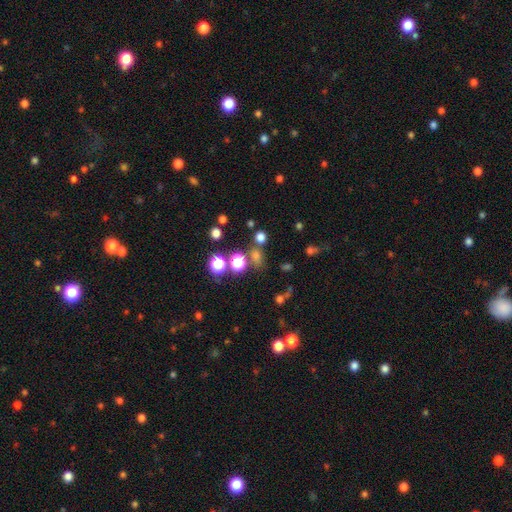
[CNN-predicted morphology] The model was most divided on "smooth or featured": smooth: 59%, star or artifact: 33%, featured or disk: 8%. More confident: merging — none (70%); how rounded — round (62%).